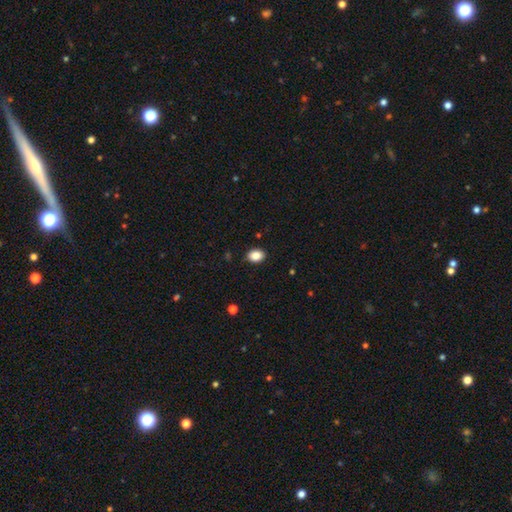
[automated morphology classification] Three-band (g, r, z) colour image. It shows a smooth galaxy with no disk features (88%) that is in between round and cigar-shaped (70%). Merging: none (89%).